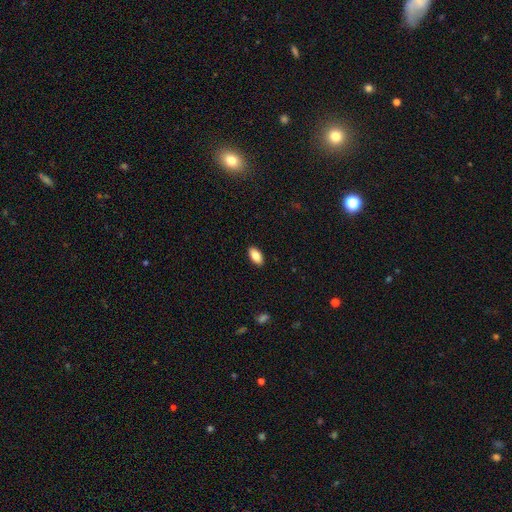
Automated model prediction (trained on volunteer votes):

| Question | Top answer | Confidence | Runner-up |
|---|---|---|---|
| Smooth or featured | smooth | 84% | featured or disk (9%) |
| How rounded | in between | 92% | cigar-shaped (5%) |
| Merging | none | 90% | minor disturbance (8%) |